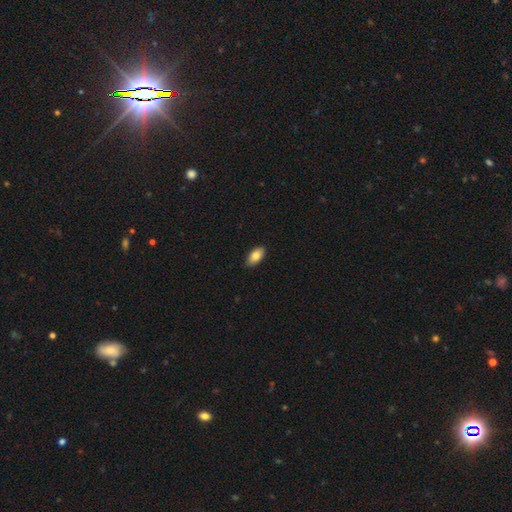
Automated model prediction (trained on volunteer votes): smooth 83%, featured or disk 10%, star or artifact 7%. Down the decision tree: how rounded — in between (93%); merging — none (87%).